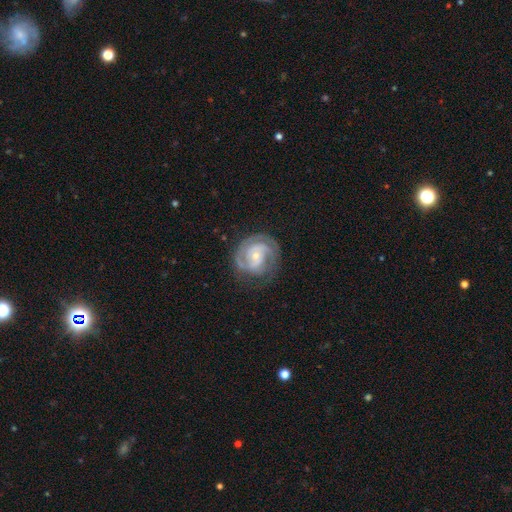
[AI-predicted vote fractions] Morphology: type=featured or disk (88%); edge-on=no (98%); bar=no (63%); spiral arms=yes (97%); winding=tight (59%); arm count=2 (56%); bulge=small (68%); merging=none (72%).